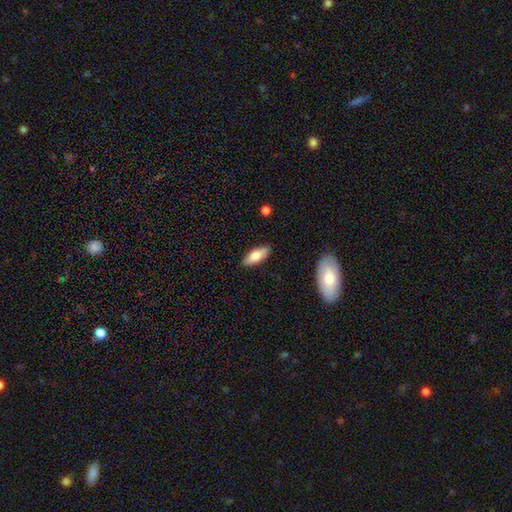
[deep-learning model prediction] smooth_or_featured: smooth (p=0.74) [alt: featured or disk p=0.20]
how_rounded: in between (p=0.73) [alt: cigar-shaped p=0.24]
merging: none (p=0.86) [alt: minor disturbance p=0.10]